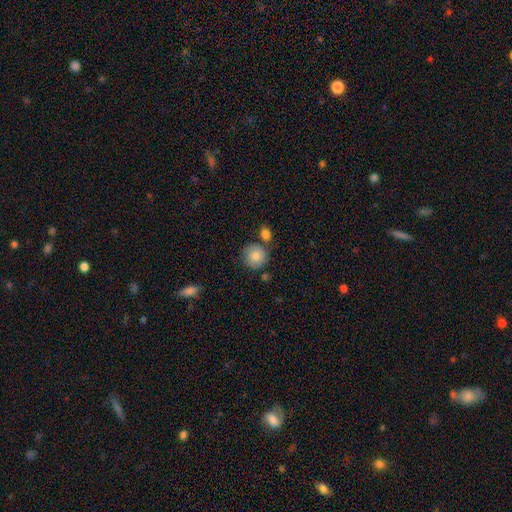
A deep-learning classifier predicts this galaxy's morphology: smooth 85%, featured or disk 8%, star or artifact 7%. Down the decision tree: how rounded — round (90%); merging — none (72%).